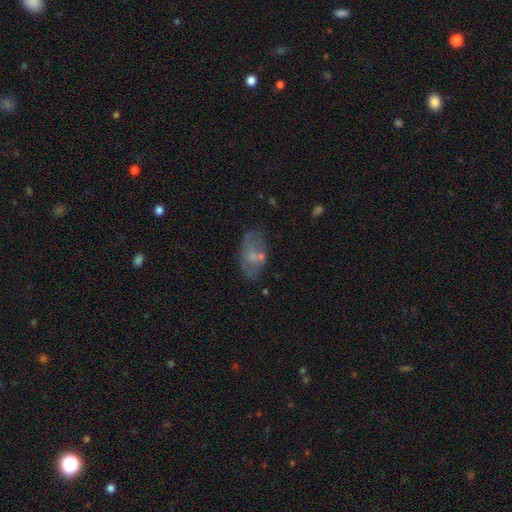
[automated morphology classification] Smooth or featured?
  - smooth: 46% *
  - featured or disk: 38%
  - star or artifact: 15%
Merging?
  - none: 56% *
  - minor disturbance: 22%
  - major disturbance: 14%
  - merger: 8%